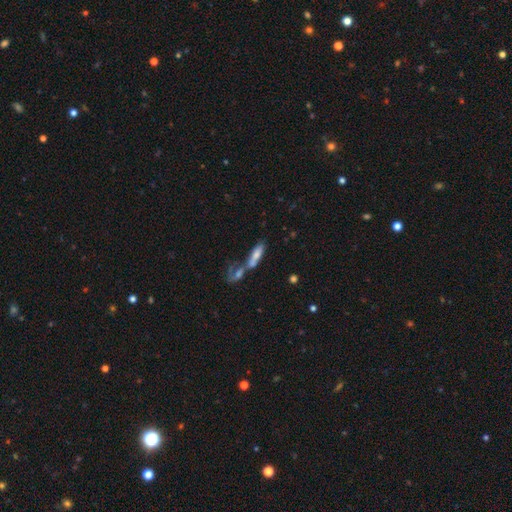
Smooth or featured? smooth (59%)
How rounded? in between (70%)
Merging? merger (75%)